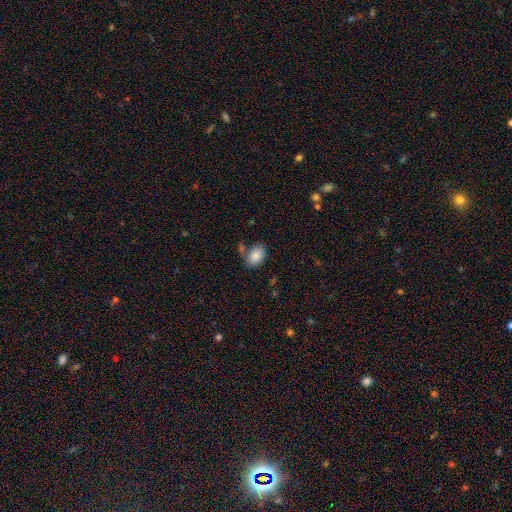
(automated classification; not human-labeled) Smooth or featured? smooth (86%)
How rounded? in between (84%)
Merging? none (65%)